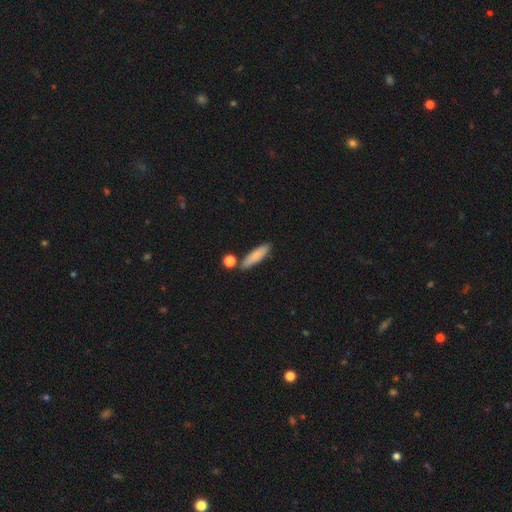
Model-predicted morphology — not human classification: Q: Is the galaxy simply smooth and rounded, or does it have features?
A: smooth — 81%.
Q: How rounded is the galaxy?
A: cigar-shaped — 65%.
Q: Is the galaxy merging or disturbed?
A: none — 77%.